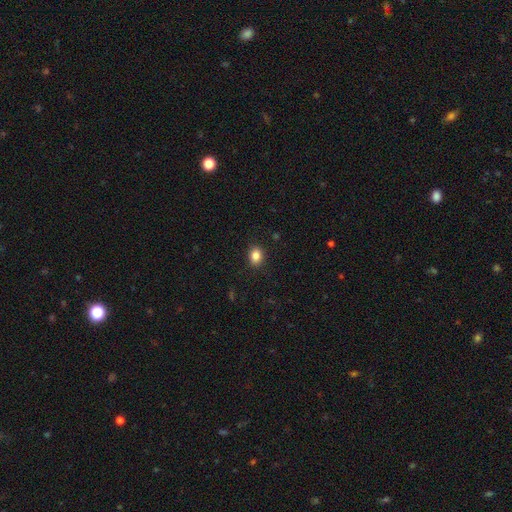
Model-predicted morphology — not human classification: Smooth or featured: smooth — 85% (star or artifact — 10%)
How rounded: in between — 58% (round — 41%)
Merging: none — 89% (minor disturbance — 8%)